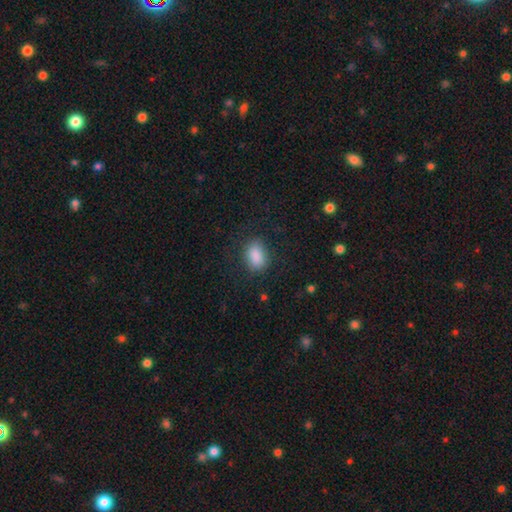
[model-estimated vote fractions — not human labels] Q: Smooth or featured?
A: smooth (87%); runner-up: star or artifact (8%)
Q: How rounded?
A: in between (84%); runner-up: round (14%)
Q: Merging?
A: none (80%); runner-up: minor disturbance (13%)